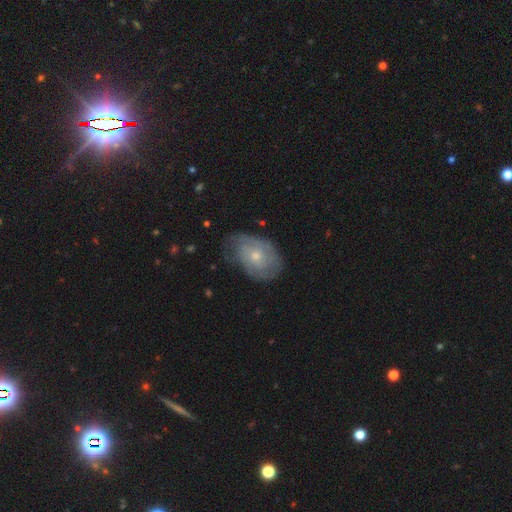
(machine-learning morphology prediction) Smooth or featured? featured or disk (53%)
Edge-on disk? no (95%)
Bar? no (83%)
Spiral arms? yes (67%)
Bulge size? small (52%)
Merging? none (59%)